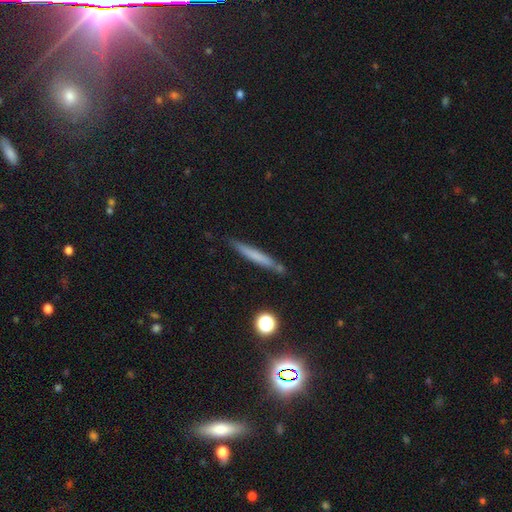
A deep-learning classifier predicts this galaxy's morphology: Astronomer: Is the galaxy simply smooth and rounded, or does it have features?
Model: smooth — 60%.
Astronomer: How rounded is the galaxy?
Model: cigar-shaped — 95%.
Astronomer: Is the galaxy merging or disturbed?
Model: none — 80%.